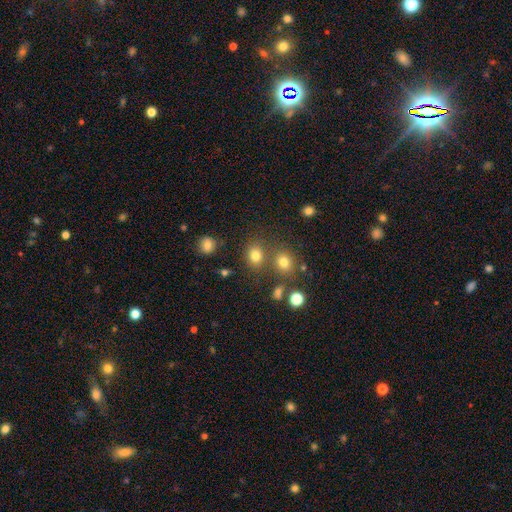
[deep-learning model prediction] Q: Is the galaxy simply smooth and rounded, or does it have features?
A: smooth — 77%.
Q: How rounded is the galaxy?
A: round — 64%.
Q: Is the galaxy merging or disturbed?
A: none — 68%.